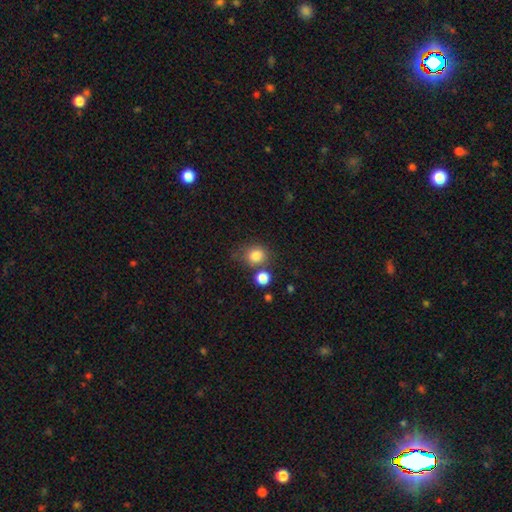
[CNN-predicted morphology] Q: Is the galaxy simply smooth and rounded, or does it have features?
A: smooth — 83%.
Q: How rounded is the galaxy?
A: round — 77%.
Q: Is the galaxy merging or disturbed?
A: none — 65%.